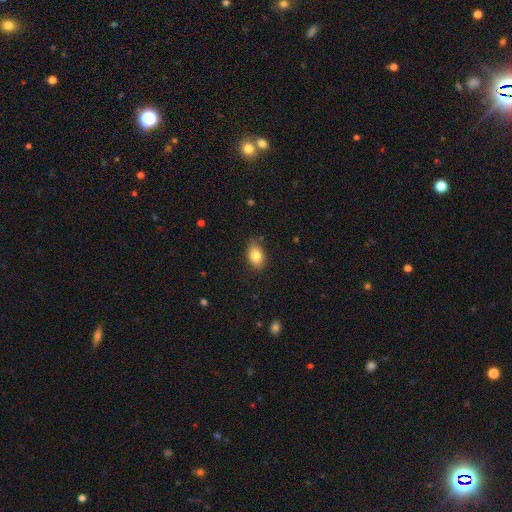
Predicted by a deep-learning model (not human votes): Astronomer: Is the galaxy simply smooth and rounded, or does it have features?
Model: smooth — 82%.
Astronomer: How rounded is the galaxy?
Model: in between — 88%.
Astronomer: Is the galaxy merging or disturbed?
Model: none — 82%.